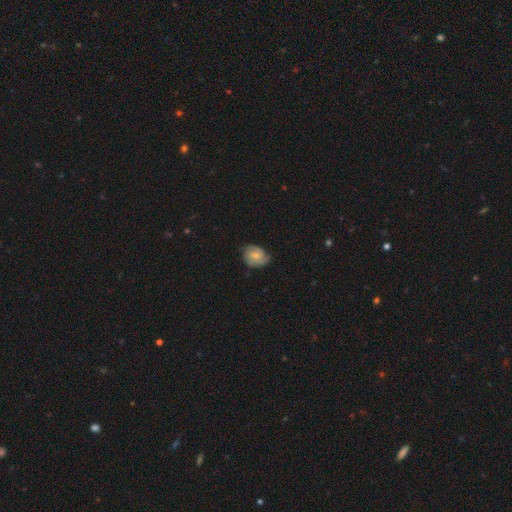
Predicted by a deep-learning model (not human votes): Smooth or featured? Predicted: featured or disk (p=0.49). Merging? Predicted: none (p=0.68).